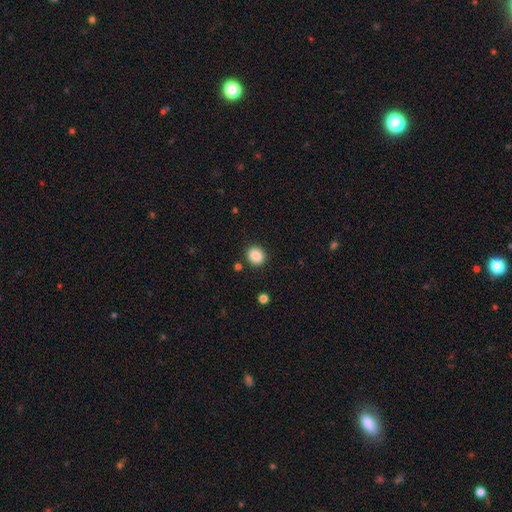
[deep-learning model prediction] Smooth or featured?
  - smooth: 88% *
  - star or artifact: 9%
  - featured or disk: 4%
How rounded?
  - round: 68% *
  - in between: 31%
  - cigar-shaped: 1%
Merging?
  - none: 88% *
  - minor disturbance: 8%
  - major disturbance: 3%
  - merger: 2%